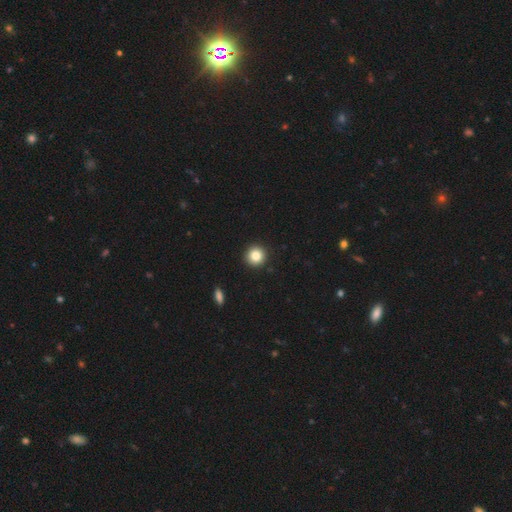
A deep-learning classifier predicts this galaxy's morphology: This is clearly a smooth galaxy (84%). How rounded: clearly round (95%). Merging: clearly none (93%).